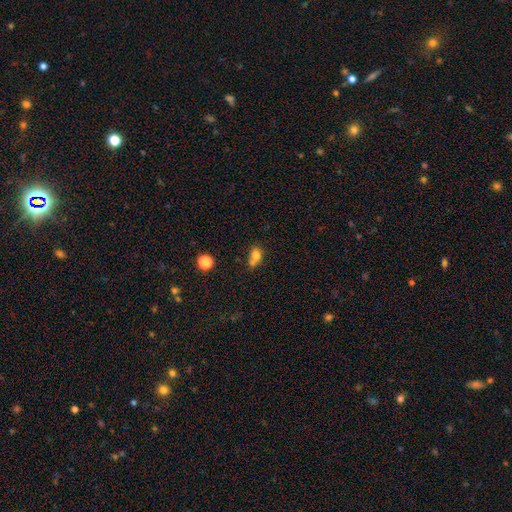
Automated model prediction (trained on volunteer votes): Morphology: type=smooth (74%); roundness=round (52%); merging=merger (48%).